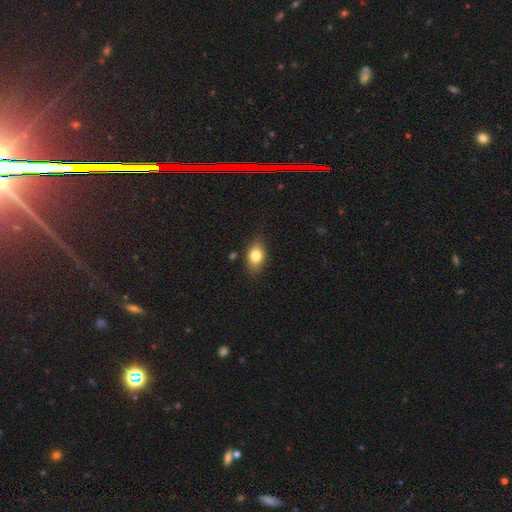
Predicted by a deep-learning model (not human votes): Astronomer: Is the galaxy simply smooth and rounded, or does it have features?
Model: smooth — 77%.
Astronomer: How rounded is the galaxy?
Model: in between — 78%.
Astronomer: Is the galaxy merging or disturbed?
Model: none — 81%.